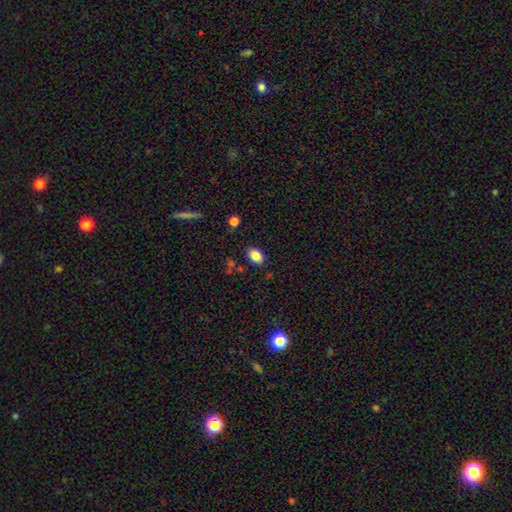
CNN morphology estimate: Q: Smooth or featured?
A: smooth (84%); runner-up: star or artifact (9%)
Q: How rounded?
A: in between (86%); runner-up: round (13%)
Q: Merging?
A: none (85%); runner-up: minor disturbance (11%)